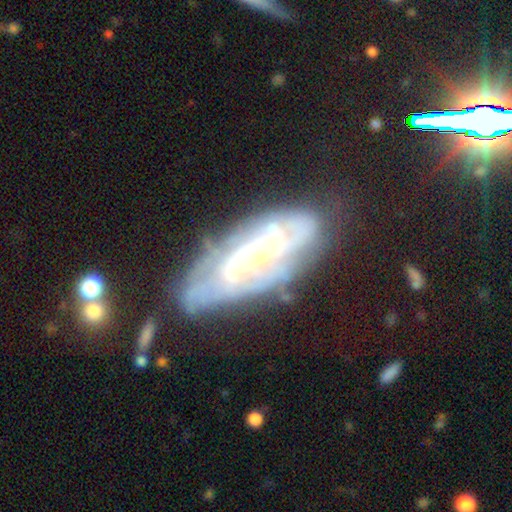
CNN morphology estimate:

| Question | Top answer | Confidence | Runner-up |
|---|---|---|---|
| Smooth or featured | featured or disk | 76% | smooth (17%) |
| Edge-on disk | no | 89% | yes (11%) |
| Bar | no | 42% | weak (39%) |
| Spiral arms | yes | 80% | no (20%) |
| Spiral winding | tight | 51% | medium (35%) |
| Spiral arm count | can't tell | 49% | 2 (26%) |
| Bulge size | small | 61% | moderate (28%) |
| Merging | none | 59% | minor disturbance (24%) |